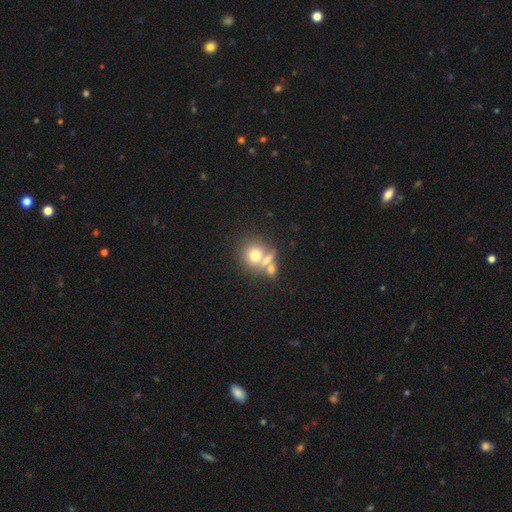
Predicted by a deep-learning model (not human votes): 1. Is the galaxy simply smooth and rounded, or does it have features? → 69% smooth, 19% featured or disk, 11% star or artifact.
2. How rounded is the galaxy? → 82% round, 17% in between, 1% cigar-shaped.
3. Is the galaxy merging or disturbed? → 44% merger, 41% none, 10% minor disturbance, 6% major disturbance.